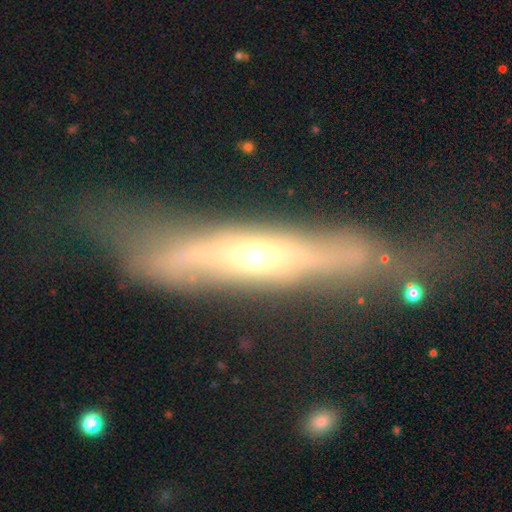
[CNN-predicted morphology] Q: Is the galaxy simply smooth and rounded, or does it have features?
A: featured or disk — 68%.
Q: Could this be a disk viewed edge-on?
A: yes — 63%.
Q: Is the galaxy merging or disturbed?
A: none — 48%.